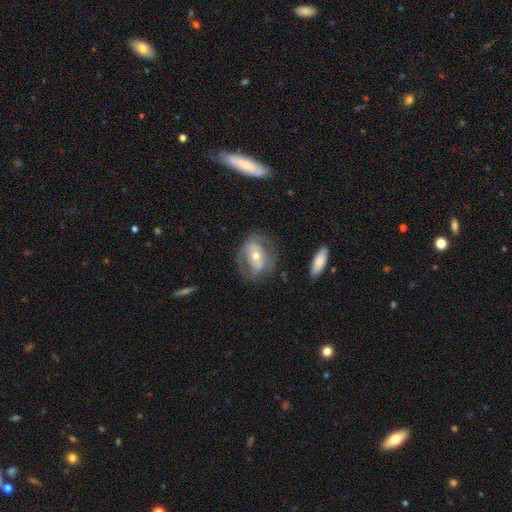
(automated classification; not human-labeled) featured or disk 62%, smooth 31%, star or artifact 7%. Down the decision tree: edge-on disk — no (92%); bar — no (45%); spiral arms — no (51%); bulge size — moderate (57%); merging — none (65%).